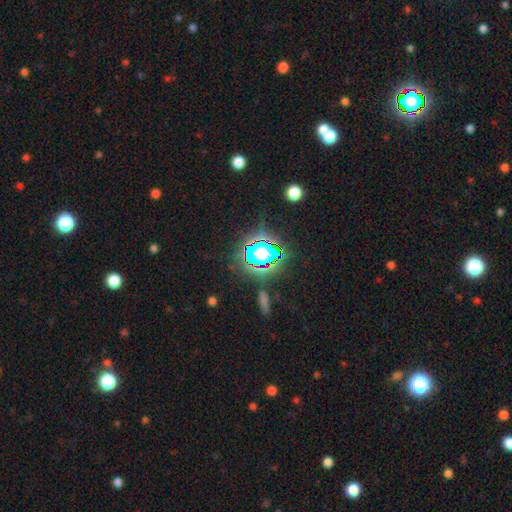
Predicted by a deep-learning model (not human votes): Smooth or featured: star or artifact — 68% (smooth — 20%)